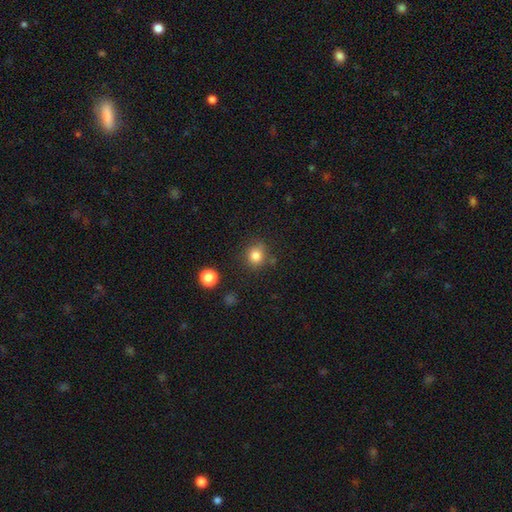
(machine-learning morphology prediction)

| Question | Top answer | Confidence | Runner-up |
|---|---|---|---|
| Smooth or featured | smooth | 83% | star or artifact (12%) |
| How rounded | round | 85% | in between (14%) |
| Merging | none | 80% | minor disturbance (12%) |